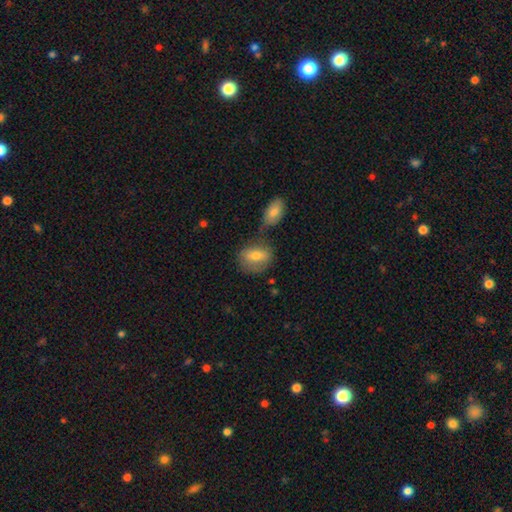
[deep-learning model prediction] Smooth or featured? smooth (67%)
How rounded? in between (69%)
Merging? none (52%)